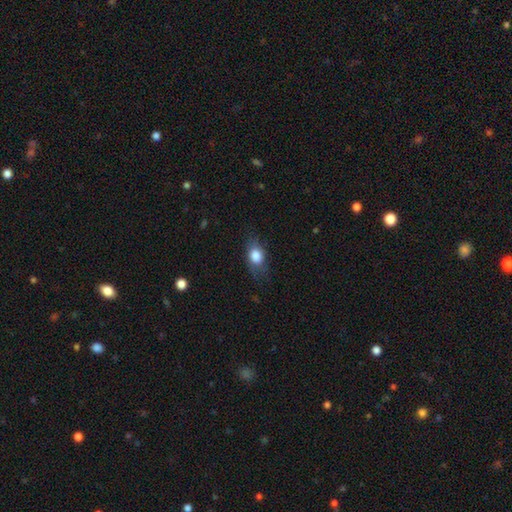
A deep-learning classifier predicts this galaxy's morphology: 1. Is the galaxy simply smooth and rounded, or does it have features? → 78% smooth, 13% featured or disk, 8% star or artifact.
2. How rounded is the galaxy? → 75% in between, 21% round, 4% cigar-shaped.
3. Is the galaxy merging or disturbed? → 68% none, 23% minor disturbance, 8% major disturbance, 1% merger.